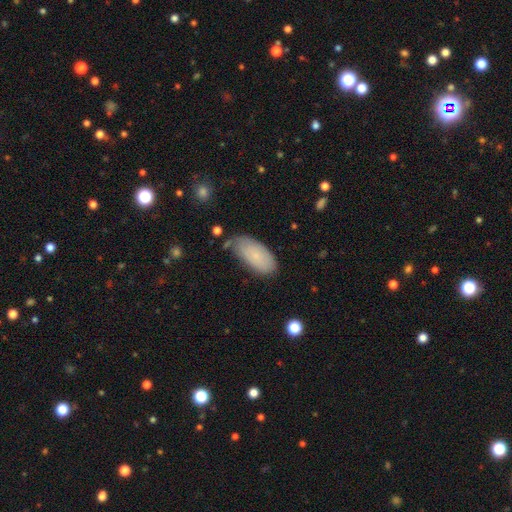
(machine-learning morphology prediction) Smooth or featured? smooth (77%)
How rounded? in between (92%)
Merging? none (59%)